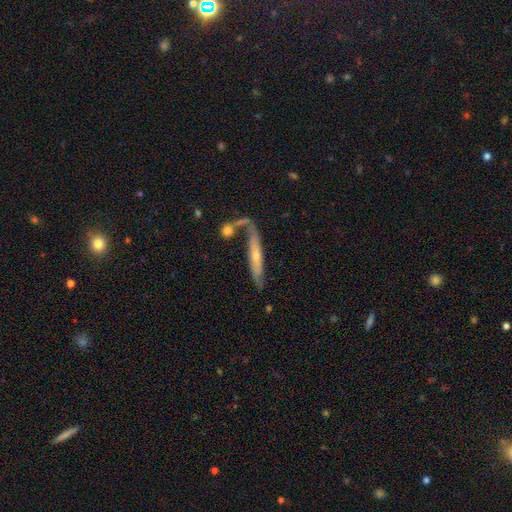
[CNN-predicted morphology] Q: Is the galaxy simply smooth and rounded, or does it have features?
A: featured or disk — 62%.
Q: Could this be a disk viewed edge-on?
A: yes — 74%.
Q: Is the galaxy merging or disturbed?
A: none — 58%.